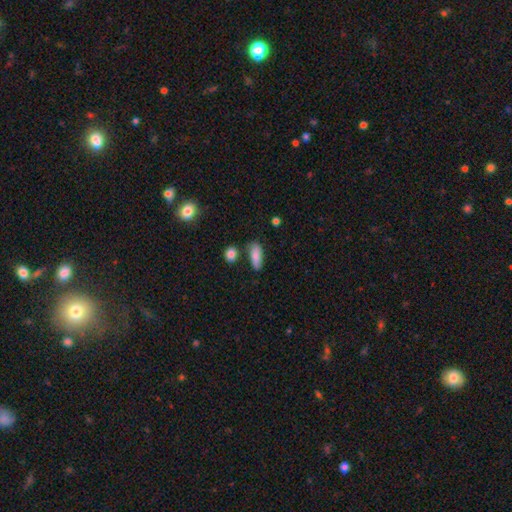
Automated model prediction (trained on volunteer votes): This appears to be a smooth galaxy with no disk features (84%) that is in between round and cigar-shaped (68%). Merging: none (71%).